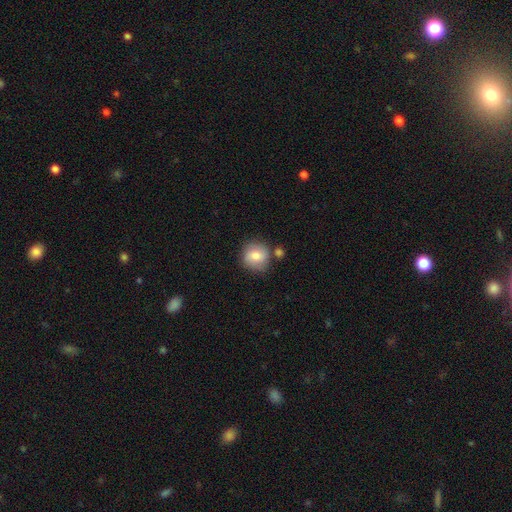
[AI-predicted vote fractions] A smooth galaxy with no disk features (75%) that is round (90%).

Vote fractions:
- Smooth or featured? smooth: 75% / featured or disk: 17% / star or artifact: 8%
- How rounded? round: 90% / in between: 9% / cigar-shaped: 1%
- Merging? none: 72% / minor disturbance: 13% / merger: 11% / major disturbance: 3%